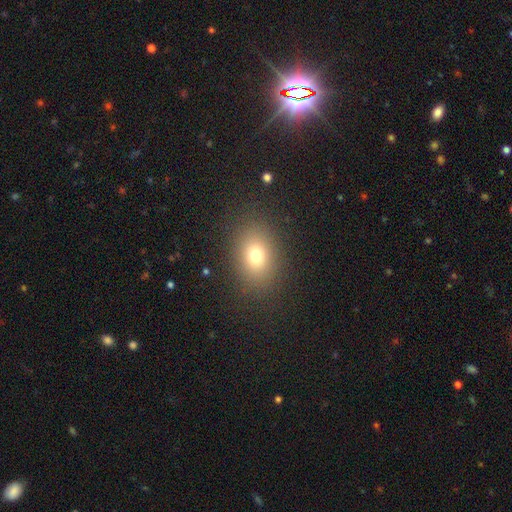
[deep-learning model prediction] This is likely a smooth galaxy (74%). How rounded: likely in between (61%). Merging: clearly none (86%).